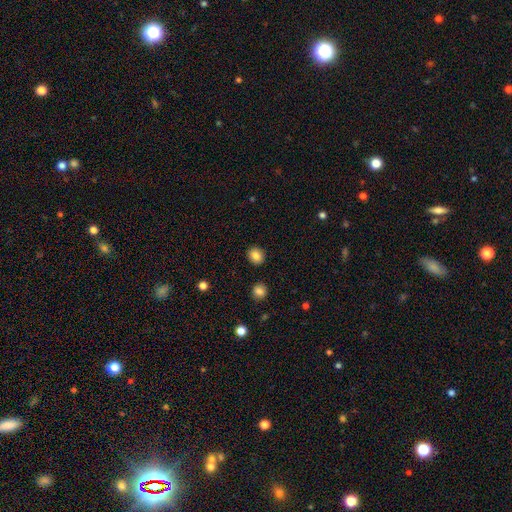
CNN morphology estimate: Q: Smooth or featured?
A: smooth (84%); runner-up: star or artifact (10%)
Q: How rounded?
A: round (75%); runner-up: in between (24%)
Q: Merging?
A: none (90%); runner-up: minor disturbance (6%)